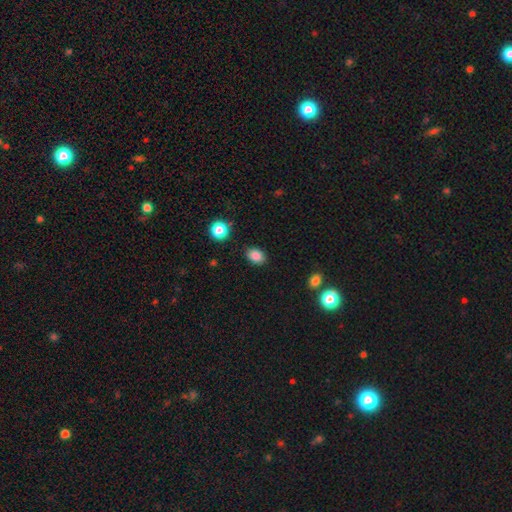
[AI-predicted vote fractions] smooth 85%, star or artifact 10%, featured or disk 4%. Down the decision tree: how rounded — in between (68%); merging — none (86%).